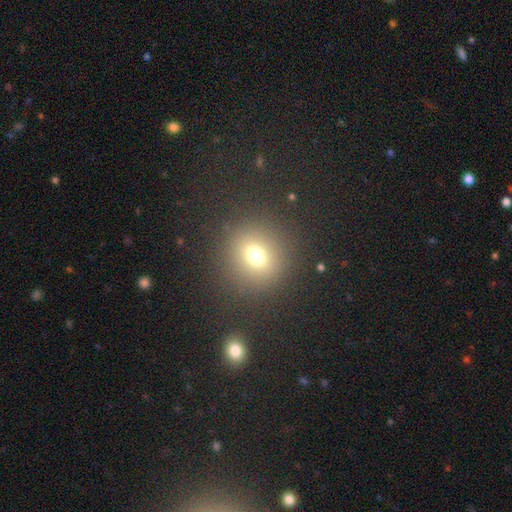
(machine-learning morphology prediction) Smooth or featured: smooth — 72% (star or artifact — 19%)
How rounded: round — 88% (in between — 11%)
Merging: none — 87% (minor disturbance — 7%)